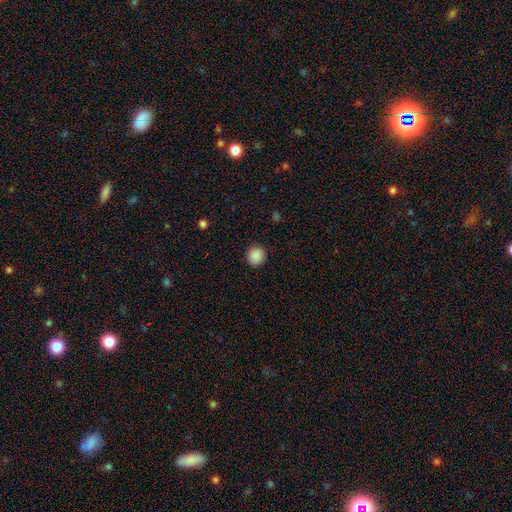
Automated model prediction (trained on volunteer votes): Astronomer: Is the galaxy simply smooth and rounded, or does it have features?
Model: smooth — 89%.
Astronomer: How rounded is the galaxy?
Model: round — 92%.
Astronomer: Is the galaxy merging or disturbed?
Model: none — 92%.